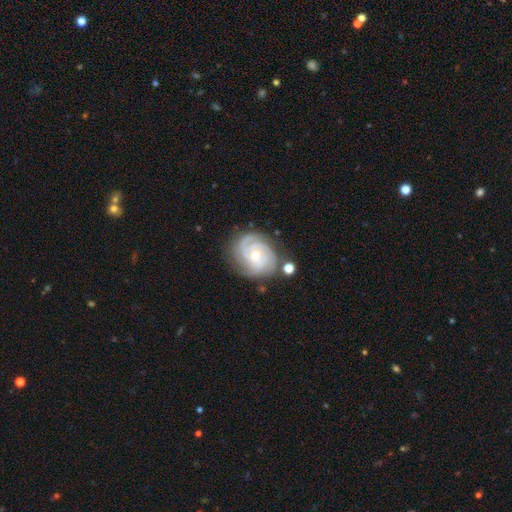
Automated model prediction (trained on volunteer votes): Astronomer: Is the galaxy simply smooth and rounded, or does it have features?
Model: featured or disk — 88%.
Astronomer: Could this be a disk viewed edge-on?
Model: no — 97%.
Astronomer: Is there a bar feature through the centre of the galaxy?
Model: no — 69%.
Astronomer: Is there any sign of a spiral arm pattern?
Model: yes — 98%.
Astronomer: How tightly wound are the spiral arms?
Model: tight — 73%.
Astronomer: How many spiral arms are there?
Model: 3 — 40% (runner-up: 4, 23%).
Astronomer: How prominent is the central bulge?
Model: small — 51% (runner-up: moderate, 46%).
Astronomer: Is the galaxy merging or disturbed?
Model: none — 76%.